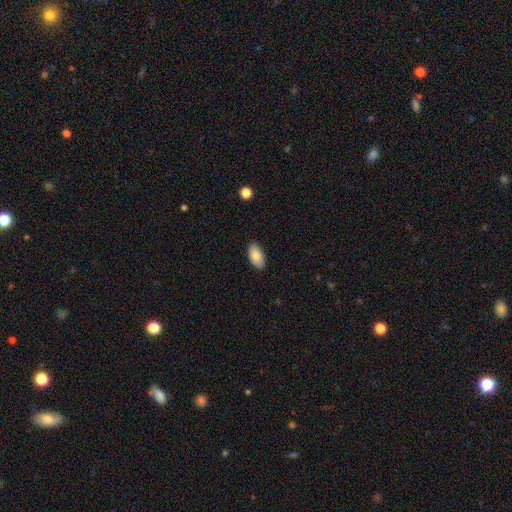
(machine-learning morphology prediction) smooth-or-featured: smooth: 80% | featured or disk: 13% | star or artifact: 6%
  how-rounded: in between: 95% | round: 3% | cigar-shaped: 3%
  merging: none: 87% | minor disturbance: 10% | major disturbance: 2% | merger: 1%